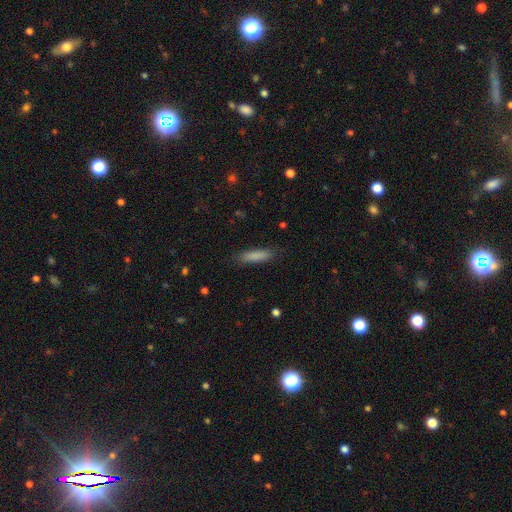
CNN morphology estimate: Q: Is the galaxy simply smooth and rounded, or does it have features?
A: smooth — 85%.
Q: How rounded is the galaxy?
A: cigar-shaped — 77%.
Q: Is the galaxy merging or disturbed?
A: none — 86%.